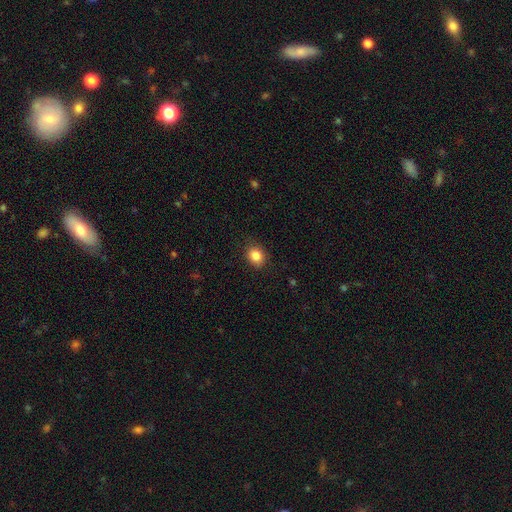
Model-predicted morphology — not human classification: This is clearly a smooth galaxy (85%). How rounded: possibly round (54%). Merging: clearly none (86%).